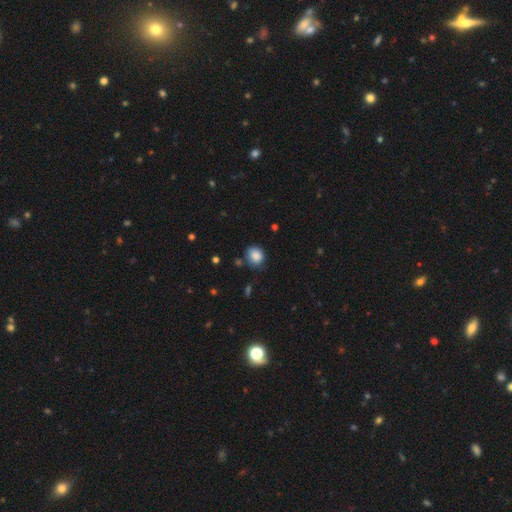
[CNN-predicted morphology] A smooth galaxy with no disk features (87%) that is round (74%). Merging: none (74%).